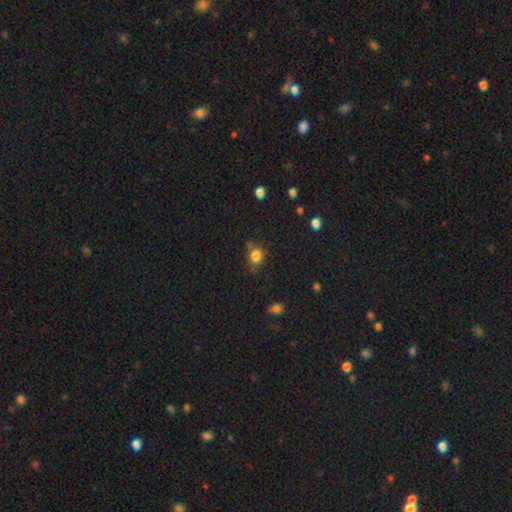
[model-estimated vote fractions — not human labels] smooth_or_featured: smooth (p=0.80) [alt: star or artifact p=0.12]
how_rounded: round (p=0.55) [alt: in between p=0.44]
merging: none (p=0.65) [alt: minor disturbance p=0.24]